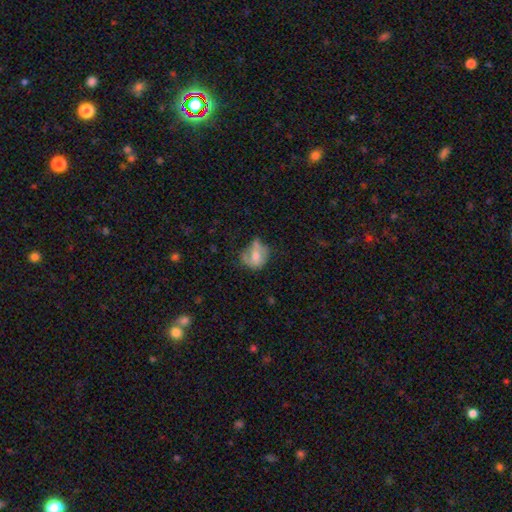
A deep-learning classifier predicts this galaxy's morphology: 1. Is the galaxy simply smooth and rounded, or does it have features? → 56% smooth, 33% featured or disk, 10% star or artifact.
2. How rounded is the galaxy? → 60% round, 39% in between, 1% cigar-shaped.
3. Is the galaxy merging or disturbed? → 41% none, 32% minor disturbance, 19% major disturbance, 8% merger.